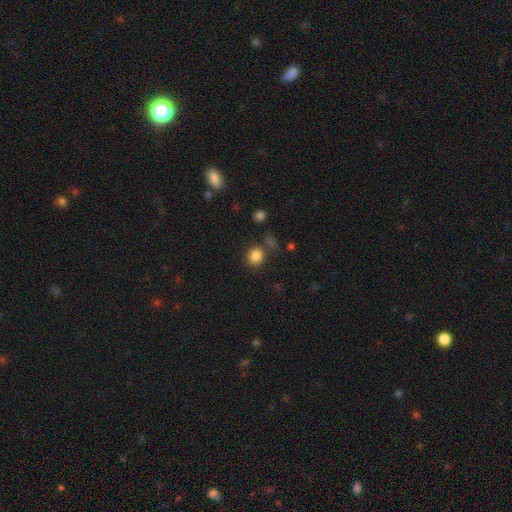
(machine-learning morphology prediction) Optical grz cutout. It shows a smooth galaxy with no disk features (84%) that is round (81%). Merging: none (76%).